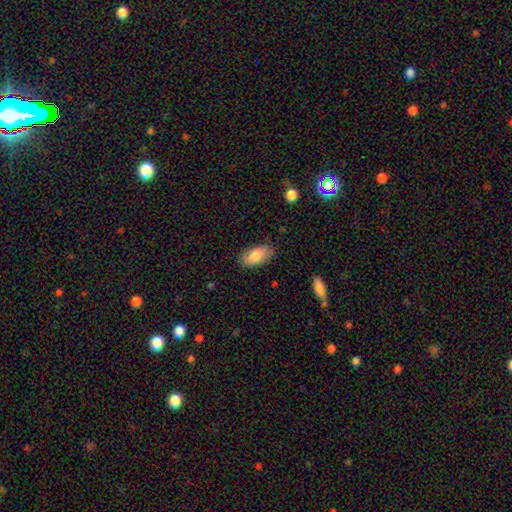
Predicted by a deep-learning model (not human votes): A smooth galaxy with no disk features (84%) that is in between round and cigar-shaped (93%).

Vote fractions:
- Smooth or featured? smooth: 84% / featured or disk: 9% / star or artifact: 6%
- How rounded? in between: 93% / cigar-shaped: 4% / round: 3%
- Merging? none: 84% / minor disturbance: 12% / major disturbance: 3% / merger: 1%